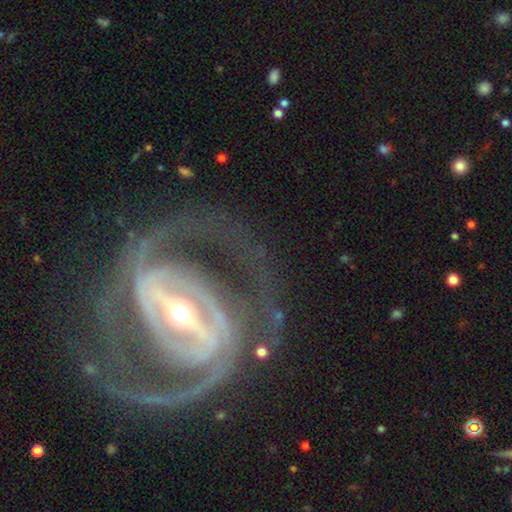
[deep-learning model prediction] Smooth or featured?
  - featured or disk: 92% *
  - star or artifact: 5%
  - smooth: 4%
Edge-on disk?
  - no: 95% *
  - yes: 5%
Bar?
  - strong: 79% *
  - weak: 15%
  - no: 5%
Spiral arms?
  - yes: 95% *
  - no: 5%
Spiral winding?
  - medium: 46% *
  - tight: 41%
  - loose: 13%
Spiral arm count?
  - 2: 74% *
  - 3: 8%
  - can't tell: 8%
  - 4: 4%
  - 1: 4%
  - more than 4: 3%
Bulge size?
  - small: 49% *
  - moderate: 45%
  - large: 4%
  - dominant: 1%
  - none: 1%
Merging?
  - none: 69% *
  - major disturbance: 15%
  - minor disturbance: 13%
  - merger: 3%